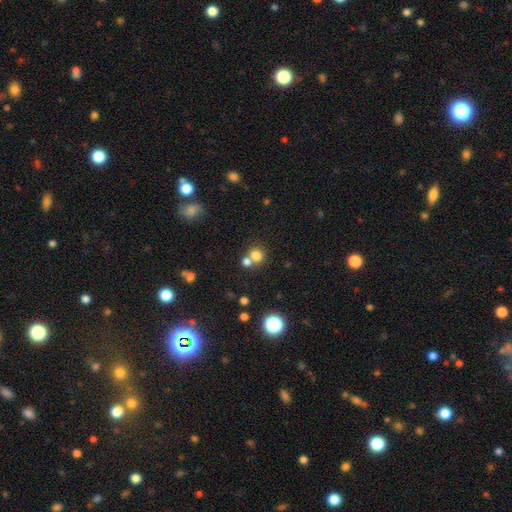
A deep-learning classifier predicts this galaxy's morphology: smooth-or-featured: smooth: 76% | star or artifact: 15% | featured or disk: 8%
  how-rounded: round: 79% | in between: 20% | cigar-shaped: 1%
  merging: none: 50% | merger: 39% | minor disturbance: 7% | major disturbance: 3%